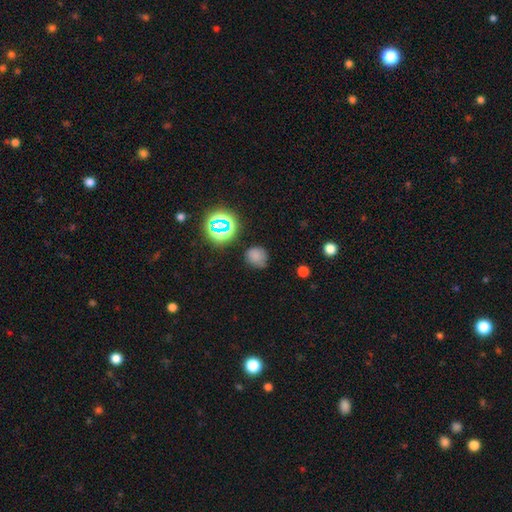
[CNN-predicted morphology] Overall: smooth (71%). How rounded: round (83%). Merging: none (70%).